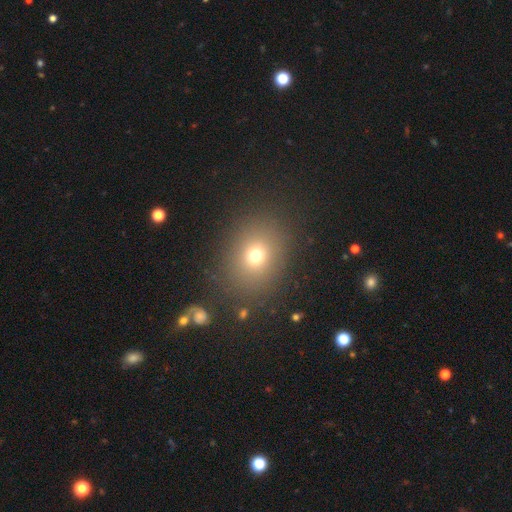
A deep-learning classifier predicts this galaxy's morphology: A smooth galaxy with no disk features (70%) that is round (64%).

Vote fractions:
- Smooth or featured? smooth: 70% / star or artifact: 19% / featured or disk: 11%
- How rounded? round: 64% / in between: 35% / cigar-shaped: 1%
- Merging? none: 84% / minor disturbance: 9% / major disturbance: 5% / merger: 2%